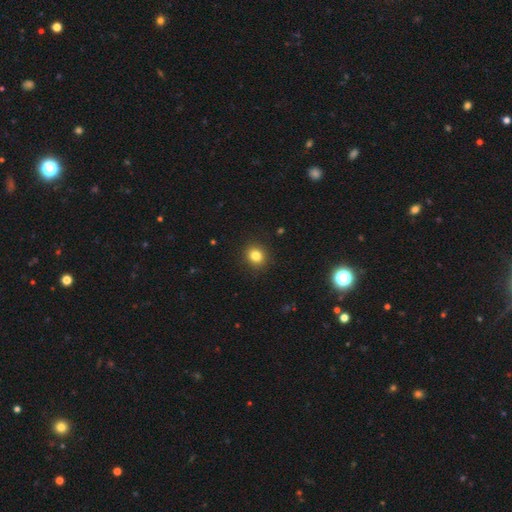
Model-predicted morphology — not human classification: type=smooth (83%); roundness=round (79%); merging=none (91%).